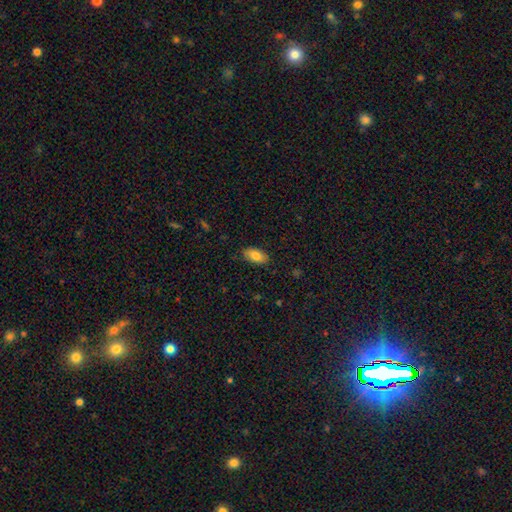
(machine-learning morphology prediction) Smooth or featured? smooth (83%)
How rounded? in between (93%)
Merging? none (87%)